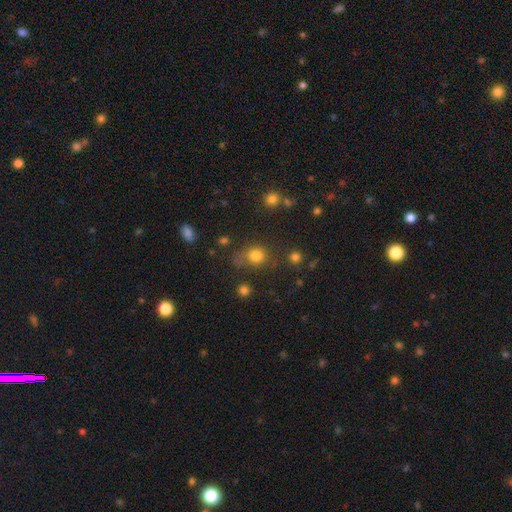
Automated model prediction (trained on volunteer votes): smooth_or_featured: smooth (p=0.79) [alt: star or artifact p=0.15]
how_rounded: round (p=0.73) [alt: in between p=0.26]
merging: none (p=0.61) [alt: minor disturbance p=0.19]